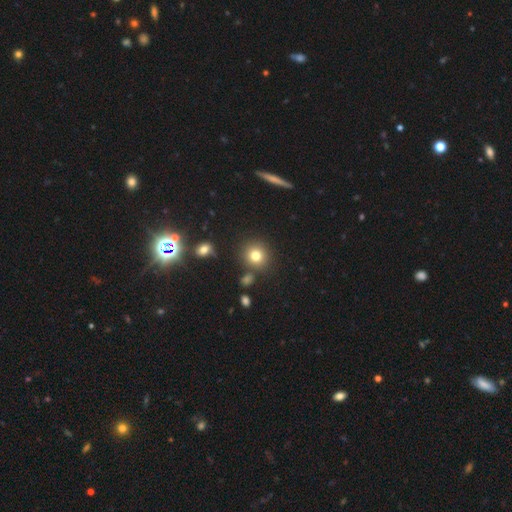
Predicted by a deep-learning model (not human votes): Morphology: type=smooth (78%); roundness=round (90%); merging=none (83%).